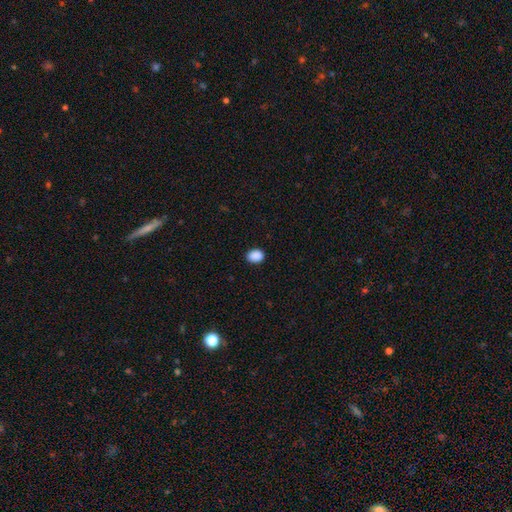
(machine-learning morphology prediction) This is clearly a smooth galaxy (89%). How rounded: possibly in between (58%). Merging: clearly none (88%).